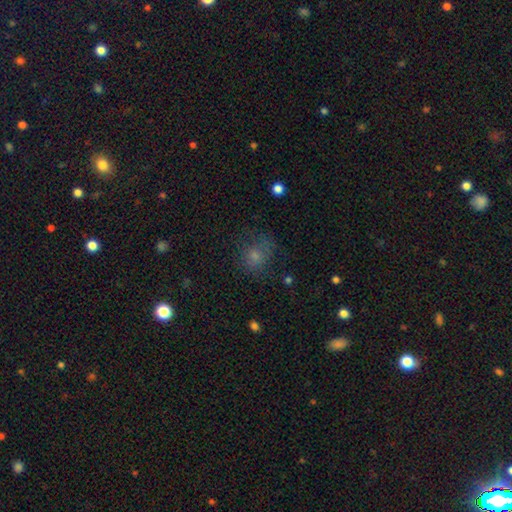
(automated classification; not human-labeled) smooth 65%, star or artifact 19%, featured or disk 16%. Down the decision tree: how rounded — round (64%); merging — none (58%).